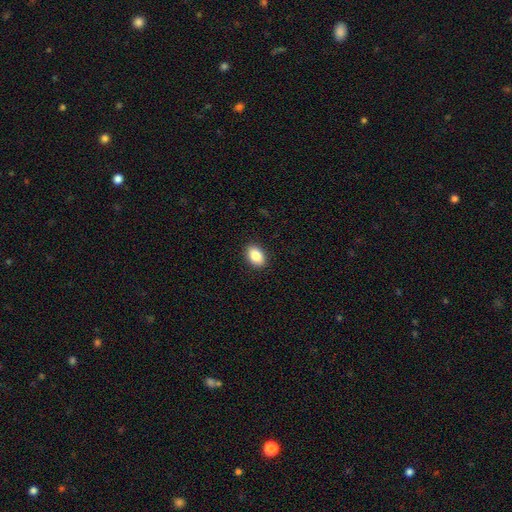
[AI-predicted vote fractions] The model was most divided on "how rounded": in between: 82%, round: 16%, cigar-shaped: 1%. More confident: merging — none (90%); smooth or featured — smooth (86%).